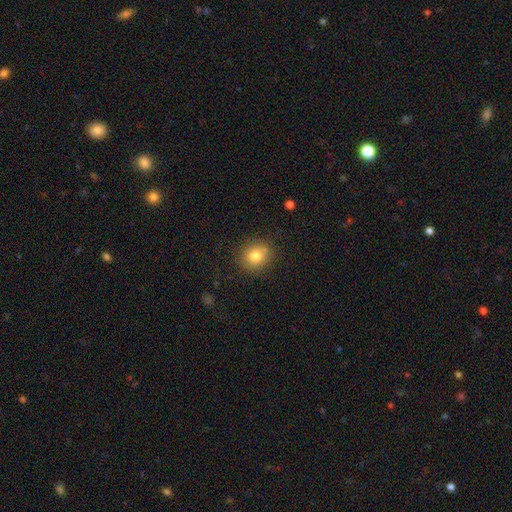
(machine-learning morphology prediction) This appears to be a smooth galaxy with no disk features (79%) that is round (83%). Merging: none (79%).